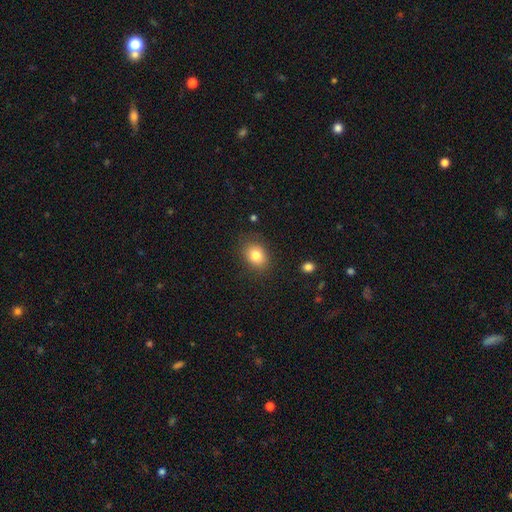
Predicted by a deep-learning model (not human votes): This appears to be a smooth galaxy with no disk features (81%) that is in between round and cigar-shaped (51%). Merging: none (84%).